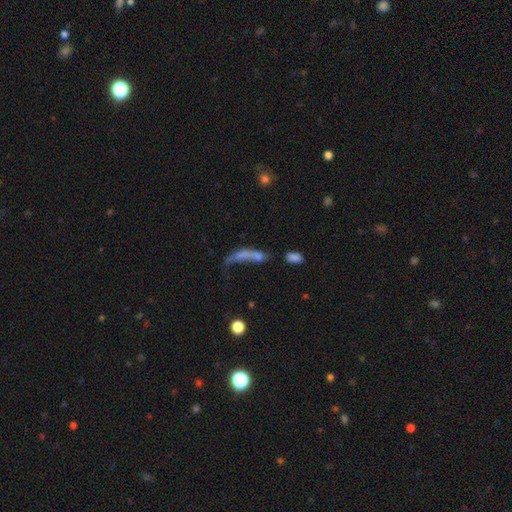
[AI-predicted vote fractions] This appears to be a smooth galaxy with no disk features (52%) that is cigar-shaped (55%). Merging: major disturbance (33%, tied with merger).